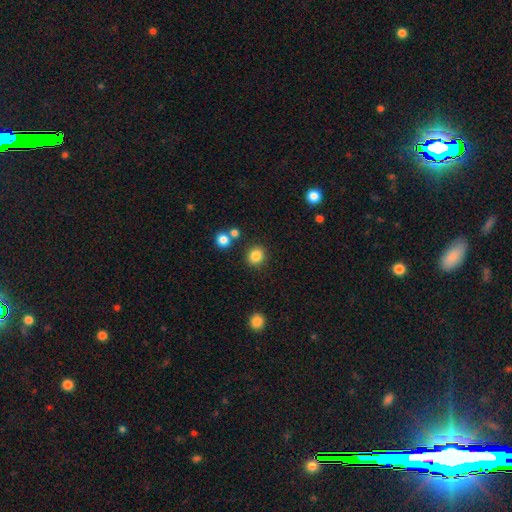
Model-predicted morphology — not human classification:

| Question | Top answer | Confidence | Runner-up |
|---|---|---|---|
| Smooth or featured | smooth | 85% | star or artifact (11%) |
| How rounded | round | 75% | in between (24%) |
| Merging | none | 85% | minor disturbance (8%) |